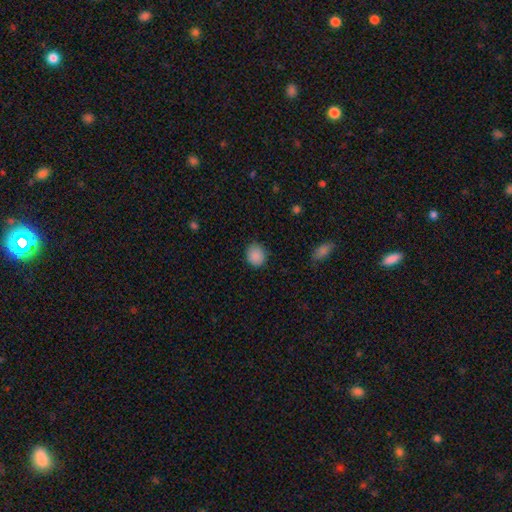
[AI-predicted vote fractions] Smooth or featured? smooth (88%)
How rounded? round (71%)
Merging? none (84%)